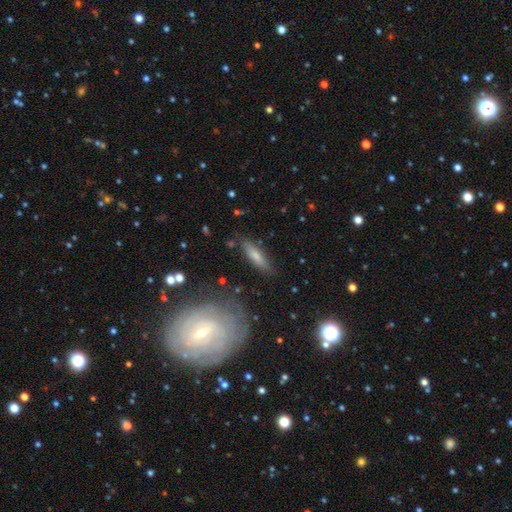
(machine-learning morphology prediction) This appears to be a smooth galaxy with no disk features (69%) that is cigar-shaped (62%). Merging: none (82%).